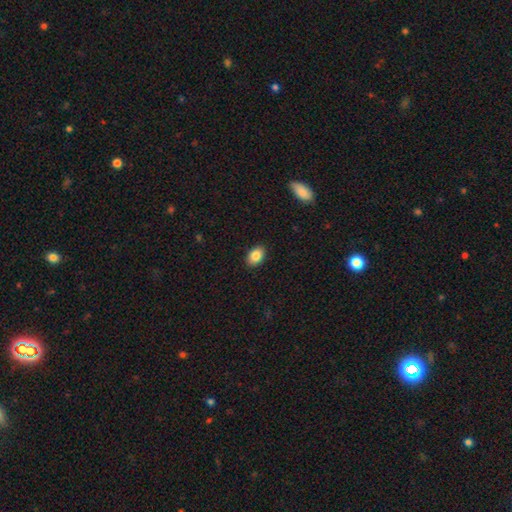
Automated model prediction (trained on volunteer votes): This appears to be a smooth galaxy with no disk features (86%) that is in between round and cigar-shaped (84%). Merging: none (89%).